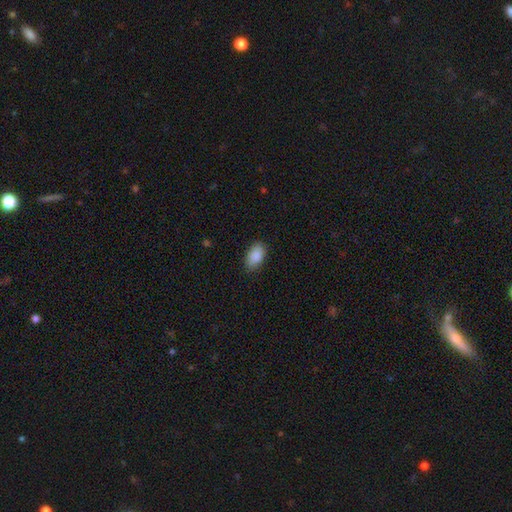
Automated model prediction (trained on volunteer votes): Overall: smooth (90%). How rounded: in between (94%). Merging: none (86%).